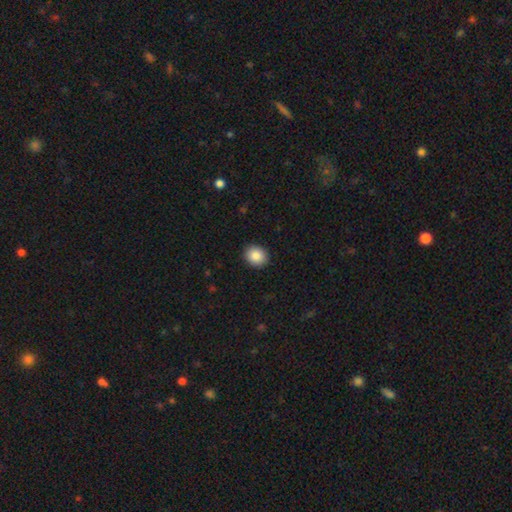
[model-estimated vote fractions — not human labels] Smooth or featured? smooth (87%)
How rounded? round (71%)
Merging? none (91%)